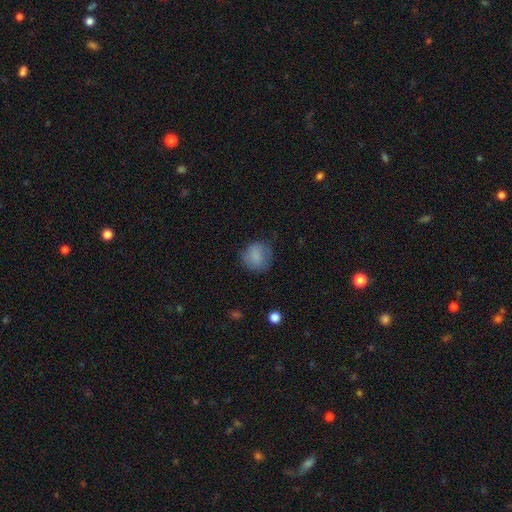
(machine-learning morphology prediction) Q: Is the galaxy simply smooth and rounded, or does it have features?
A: smooth — 83%.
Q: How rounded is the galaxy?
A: round — 81%.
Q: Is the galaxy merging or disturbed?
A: none — 72%.